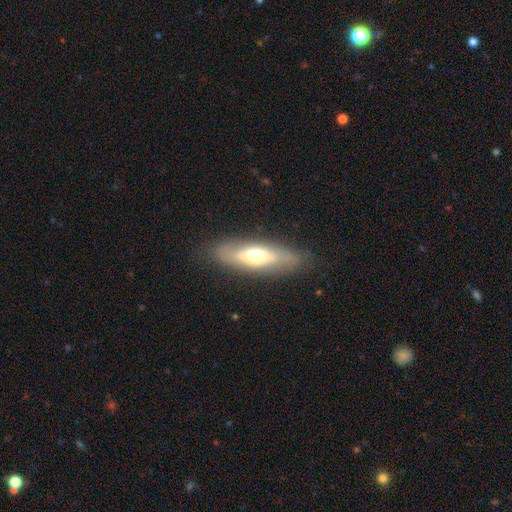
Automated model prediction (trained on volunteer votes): Smooth or featured? smooth (50%)
How rounded? in between (53%)
Merging? none (82%)